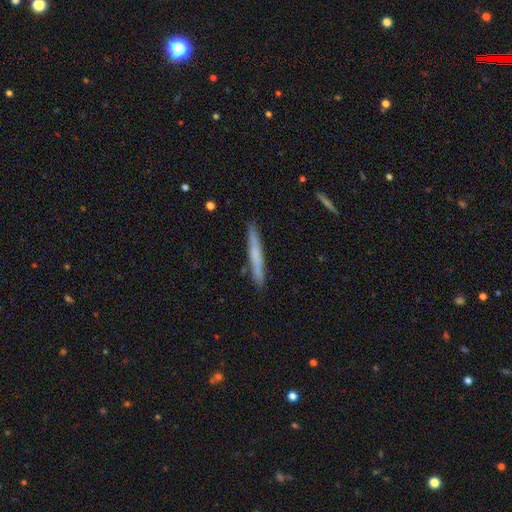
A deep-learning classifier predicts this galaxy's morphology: A smooth galaxy with no disk features (59%) that is cigar-shaped (96%).

Vote fractions:
- Smooth or featured? smooth: 59% / featured or disk: 35% / star or artifact: 6%
- How rounded? cigar-shaped: 96% / in between: 2% / round: 1%
- Merging? none: 90% / minor disturbance: 7% / major disturbance: 1% / merger: 1%